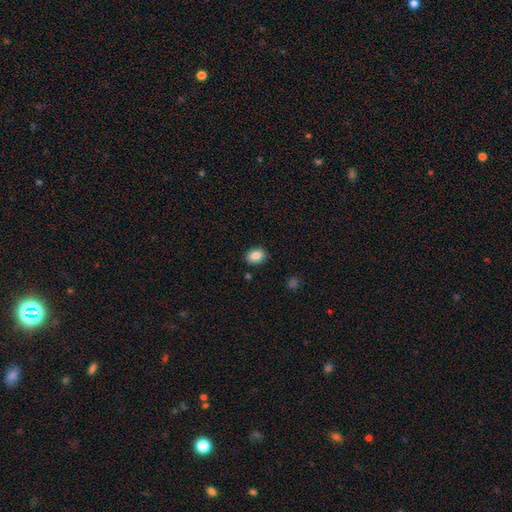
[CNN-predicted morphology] A smooth galaxy with no disk features (85%) that is in between round and cigar-shaped (74%).

Vote fractions:
- Smooth or featured? smooth: 85% / star or artifact: 8% / featured or disk: 7%
- How rounded? in between: 74% / round: 25% / cigar-shaped: 1%
- Merging? none: 86% / minor disturbance: 10% / major disturbance: 2% / merger: 2%